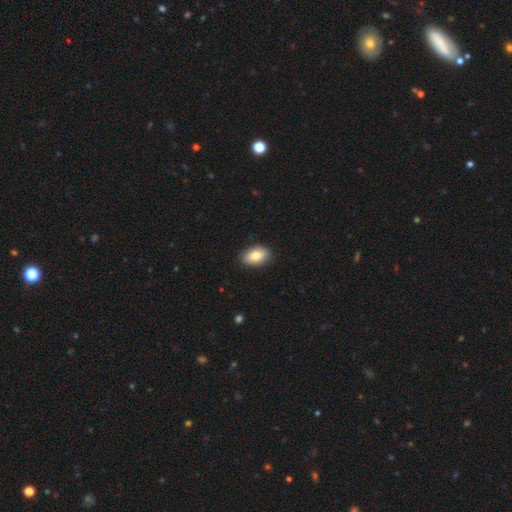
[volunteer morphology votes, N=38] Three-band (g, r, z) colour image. It shows a smooth galaxy with no disk features (95%) that is in between round and cigar-shaped (81%). Merging: none (92%).